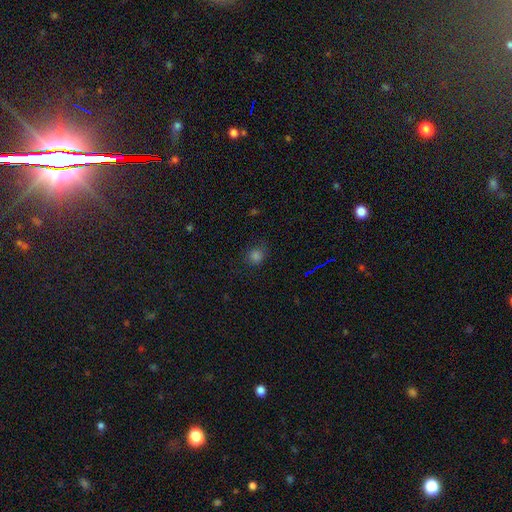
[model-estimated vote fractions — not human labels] Smooth or featured? Predicted: smooth (p=0.73). How rounded? Predicted: round (p=0.78). Merging? Predicted: none (p=0.76).